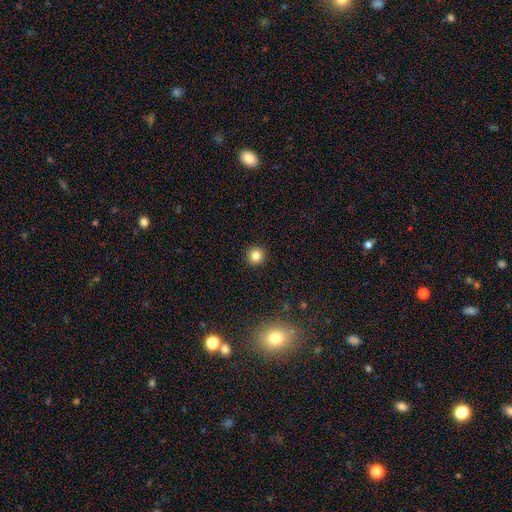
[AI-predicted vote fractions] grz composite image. It shows a smooth galaxy with no disk features (82%) that is round (95%). Merging: none (93%).